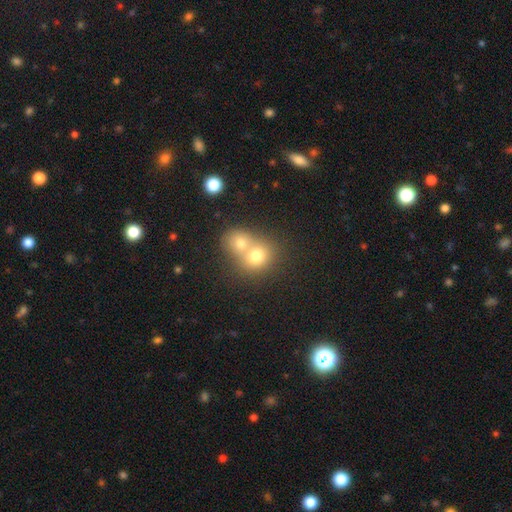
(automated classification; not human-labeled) smooth 72%, featured or disk 16%, star or artifact 12%. Down the decision tree: how rounded — round (72%); merging — merger (66%).